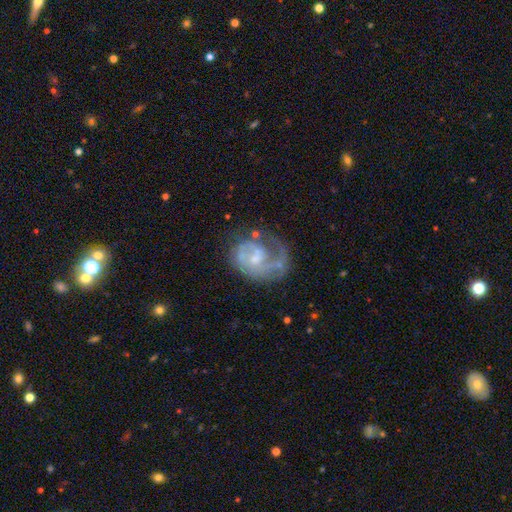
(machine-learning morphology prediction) smooth-or-featured: featured or disk: 77% | smooth: 14% | star or artifact: 9%
  disk-edge-on: no: 98% | yes: 2%
    bar: no: 57% | weak: 36% | strong: 7%
    has-spiral-arms: yes: 85% | no: 15%
      spiral-winding: tight: 42% | medium: 39% | loose: 19%
      spiral-arm-count: 1: 42% | 2: 31% | can't tell: 18% | 3: 5% | 4: 2% | more than 4: 2%
    bulge-size: small: 51% | moderate: 32% | none: 13% | large: 3% | dominant: 1%
  merging: none: 54% | major disturbance: 22% | minor disturbance: 20% | merger: 4%